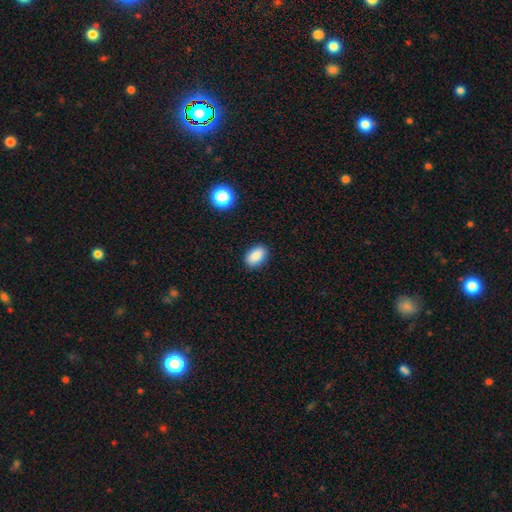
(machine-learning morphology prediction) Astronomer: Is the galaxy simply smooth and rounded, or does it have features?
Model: smooth — 88%.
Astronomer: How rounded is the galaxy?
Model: in between — 89%.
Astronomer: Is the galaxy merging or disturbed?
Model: none — 88%.